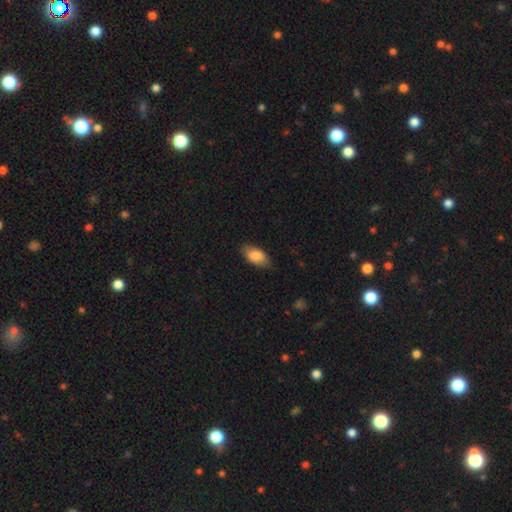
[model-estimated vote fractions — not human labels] The model was most divided on "merging": none: 80%, minor disturbance: 16%, major disturbance: 3%, merger: 1%. More confident: how rounded — in between (92%); smooth or featured — smooth (82%).